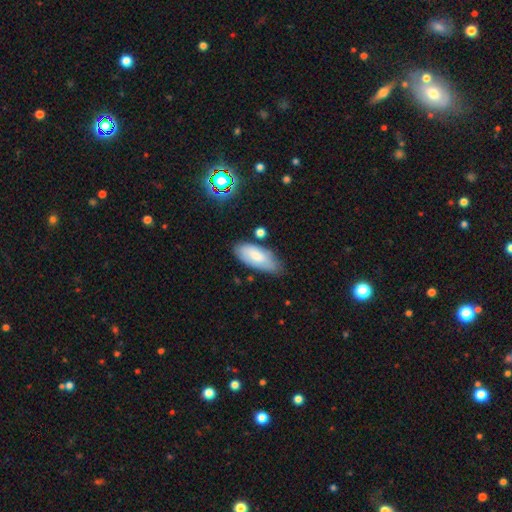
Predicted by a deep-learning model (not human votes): A smooth galaxy with no disk features (74%) that is in between round and cigar-shaped (86%). Merging: none (67%).